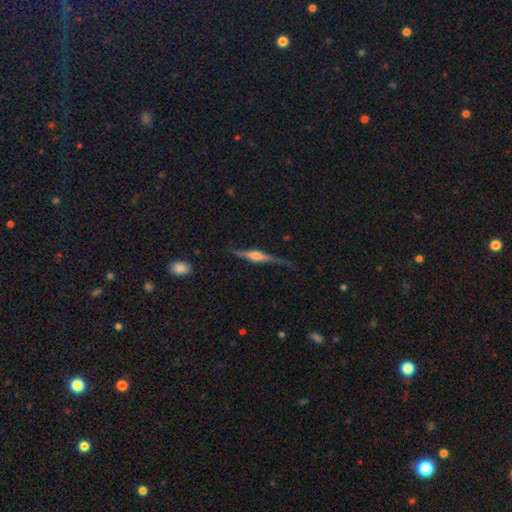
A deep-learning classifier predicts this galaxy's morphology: This appears to be a featured or disk galaxy (78%) viewed edge-on (97%) with a rounded central bulge (79%). Merging: none (80%).